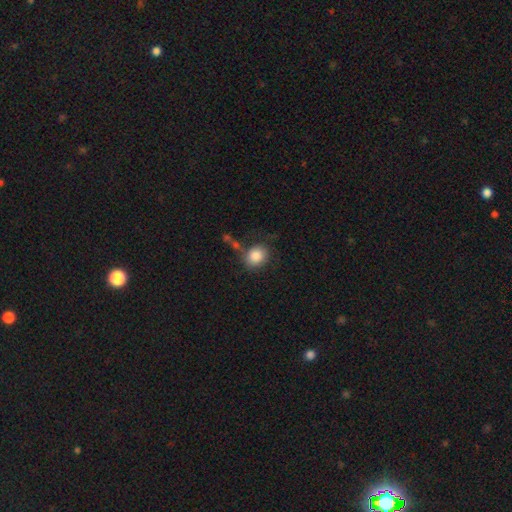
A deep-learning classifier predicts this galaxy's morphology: Smooth or featured: smooth — 85% (star or artifact — 8%)
How rounded: round — 71% (in between — 28%)
Merging: none — 64% (minor disturbance — 18%)